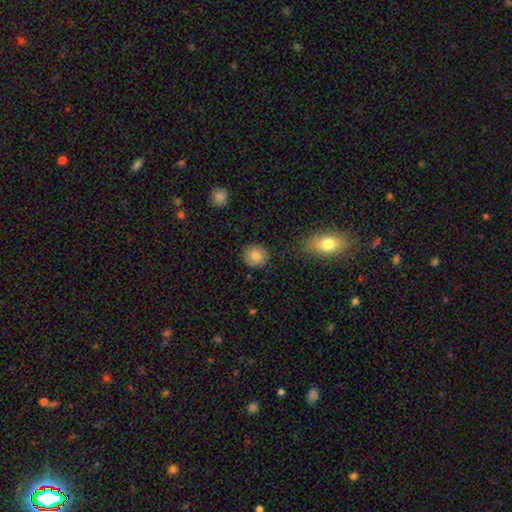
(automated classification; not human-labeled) Morphology: type=smooth (81%); roundness=round (80%); merging=none (86%).